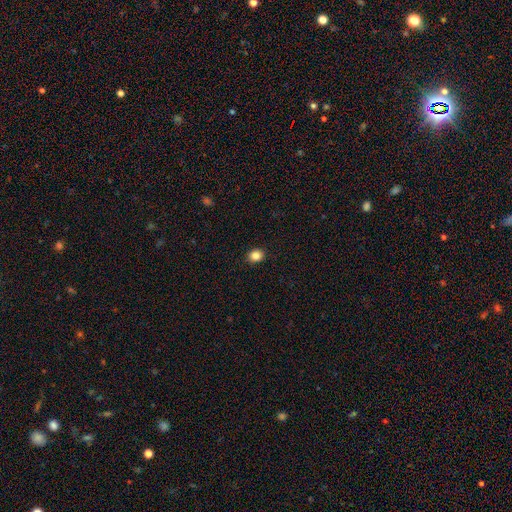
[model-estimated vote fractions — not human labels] Smooth or featured? Predicted: smooth (p=0.85). How rounded? Predicted: round (p=0.63). Merging? Predicted: none (p=0.91).